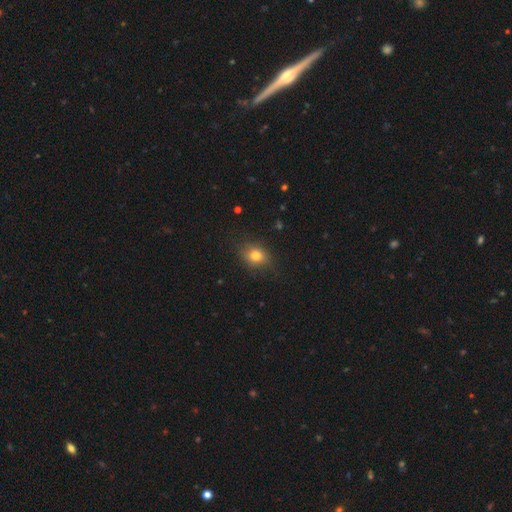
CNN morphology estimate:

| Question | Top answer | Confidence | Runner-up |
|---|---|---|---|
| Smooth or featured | smooth | 78% | star or artifact (12%) |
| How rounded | round | 53% | in between (46%) |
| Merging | none | 80% | minor disturbance (15%) |